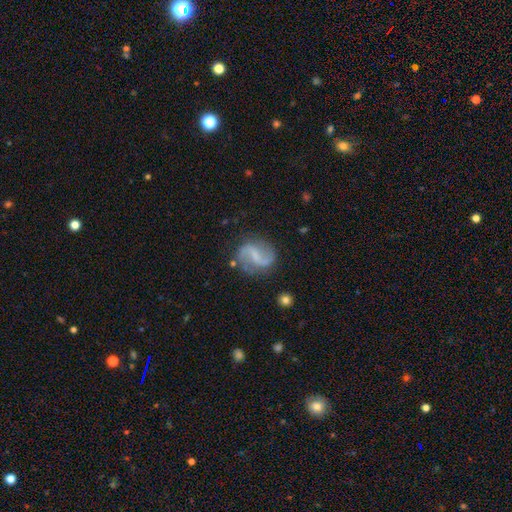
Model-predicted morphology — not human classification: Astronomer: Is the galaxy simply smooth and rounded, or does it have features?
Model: featured or disk — 83%.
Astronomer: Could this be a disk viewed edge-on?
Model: no — 98%.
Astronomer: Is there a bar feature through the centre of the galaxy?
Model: weak — 47% (runner-up: strong, 30%).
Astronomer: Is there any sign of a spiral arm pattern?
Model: yes — 95%.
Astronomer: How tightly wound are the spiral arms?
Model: loose — 58%.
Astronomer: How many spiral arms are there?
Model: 2 — 92%.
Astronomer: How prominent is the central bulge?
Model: small — 46% (runner-up: none, 38%).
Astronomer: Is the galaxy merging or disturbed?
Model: none — 79%.